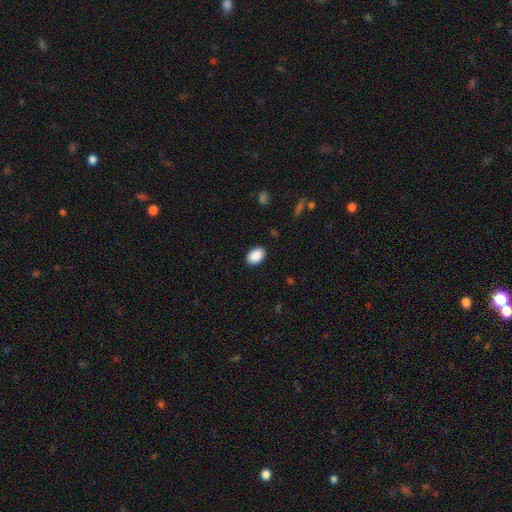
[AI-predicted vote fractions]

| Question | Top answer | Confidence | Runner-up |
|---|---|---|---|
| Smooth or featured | smooth | 90% | star or artifact (7%) |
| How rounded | in between | 85% | round (14%) |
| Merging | none | 89% | minor disturbance (8%) |